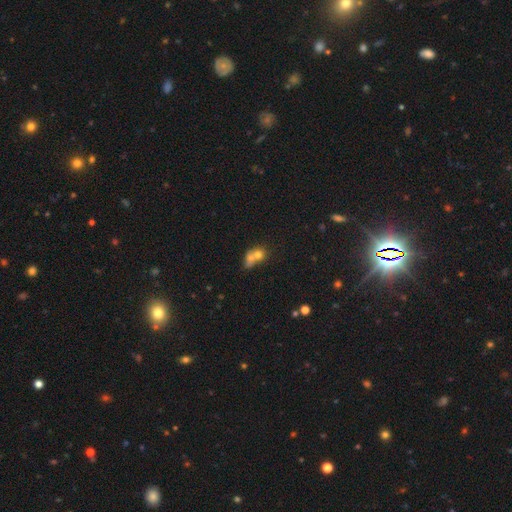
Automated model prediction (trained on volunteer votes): Morphology: type=smooth (66%); roundness=round (62%); merging=merger (65%).